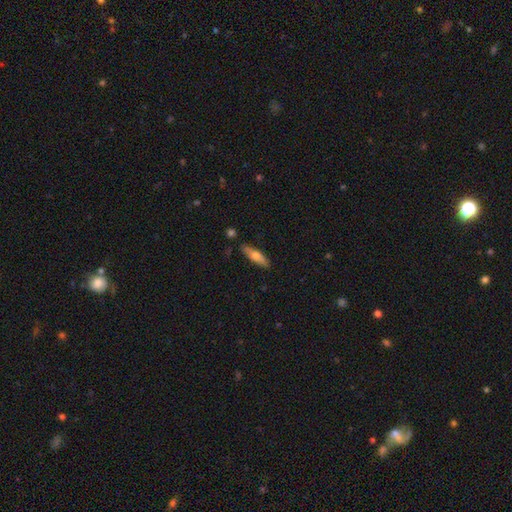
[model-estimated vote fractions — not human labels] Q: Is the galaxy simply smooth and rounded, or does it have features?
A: smooth — 56%.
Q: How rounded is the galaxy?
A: cigar-shaped — 68%.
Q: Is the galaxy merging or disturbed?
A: none — 85%.